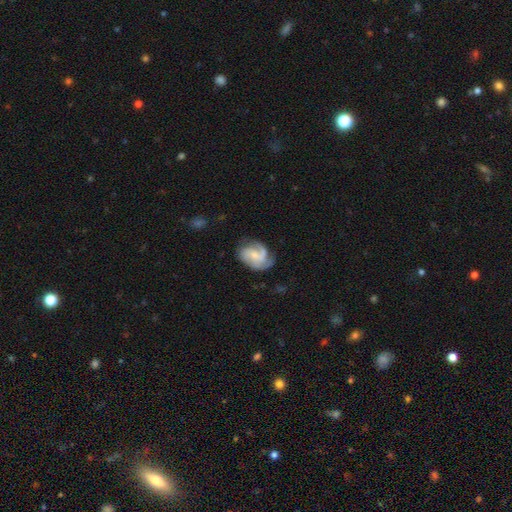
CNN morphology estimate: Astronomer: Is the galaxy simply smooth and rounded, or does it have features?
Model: featured or disk — 78%.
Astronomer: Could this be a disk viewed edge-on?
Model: no — 98%.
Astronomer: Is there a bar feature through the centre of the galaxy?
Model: no — 55% (runner-up: weak, 37%).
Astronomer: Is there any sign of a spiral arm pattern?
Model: yes — 95%.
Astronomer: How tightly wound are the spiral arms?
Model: medium — 45% (runner-up: tight, 38%).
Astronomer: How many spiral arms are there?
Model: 3 — 40% (runner-up: 2, 30%).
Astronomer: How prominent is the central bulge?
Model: small — 59%.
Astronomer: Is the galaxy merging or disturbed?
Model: none — 61%.